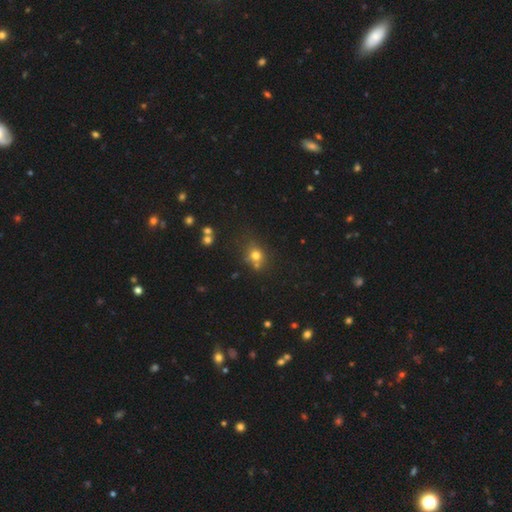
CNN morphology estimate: This is likely a smooth galaxy (72%). How rounded: likely round (75%). Merging: likely none (63%).